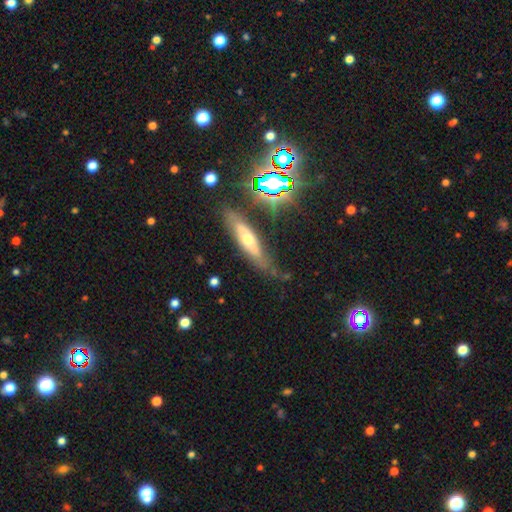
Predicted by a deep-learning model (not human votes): Smooth or featured: featured or disk — 51% (smooth — 34%)
Edge-on disk: yes — 61% (no — 39%)
Merging: none — 66% (minor disturbance — 22%)